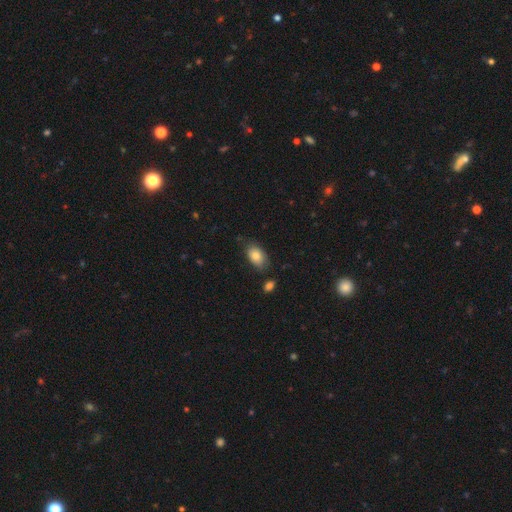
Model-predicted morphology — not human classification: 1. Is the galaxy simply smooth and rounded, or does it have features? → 82% smooth, 11% featured or disk, 7% star or artifact.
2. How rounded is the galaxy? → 91% in between, 8% round, 2% cigar-shaped.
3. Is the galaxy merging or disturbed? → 71% none, 21% minor disturbance, 4% major disturbance, 4% merger.